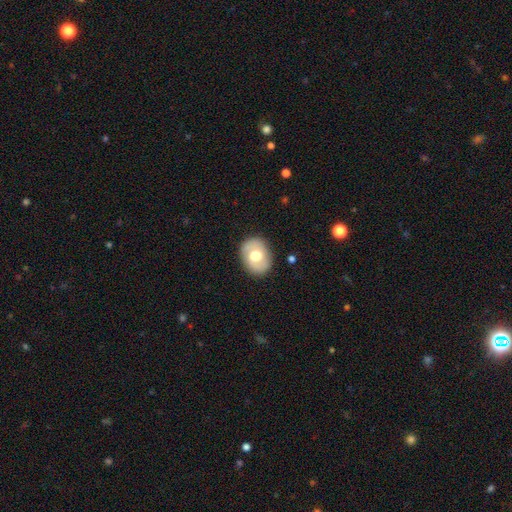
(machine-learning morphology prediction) smooth 52%, featured or disk 42%, star or artifact 7%. Down the decision tree: how rounded — in between (52%); merging — none (85%).